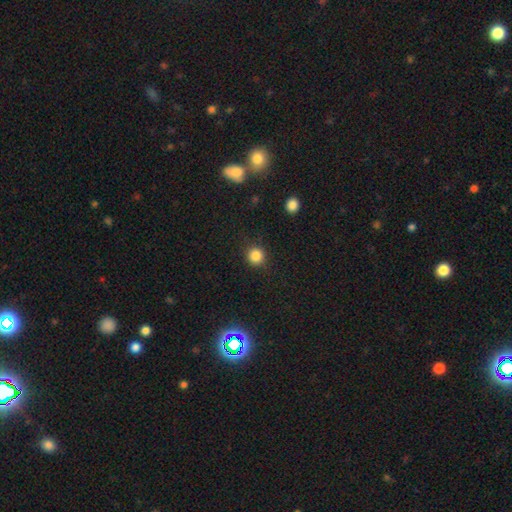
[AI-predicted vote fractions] smooth_or_featured: smooth (p=0.85) [alt: star or artifact p=0.12]
how_rounded: round (p=0.91) [alt: in between p=0.08]
merging: none (p=0.89) [alt: minor disturbance p=0.07]